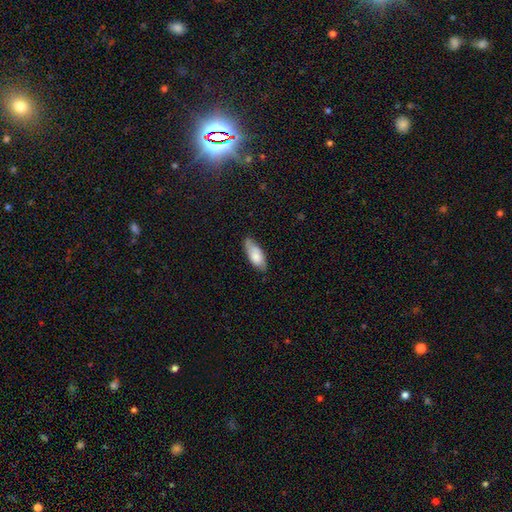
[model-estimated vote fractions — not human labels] Morphology: type=smooth (77%); roundness=in between (80%); merging=none (74%).